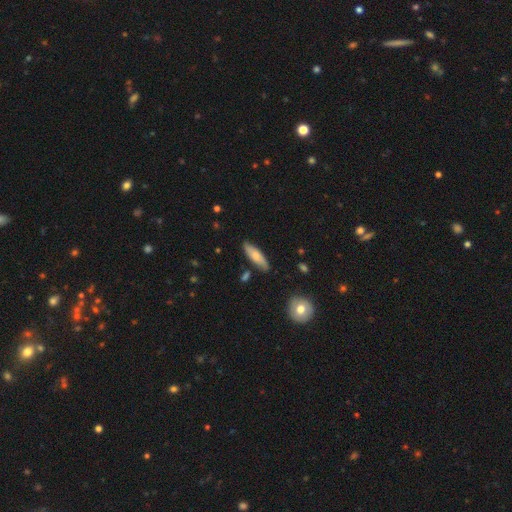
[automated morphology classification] Q: Smooth or featured?
A: smooth (67%); runner-up: featured or disk (27%)
Q: How rounded?
A: cigar-shaped (52%); runner-up: in between (46%)
Q: Merging?
A: none (82%); runner-up: minor disturbance (13%)